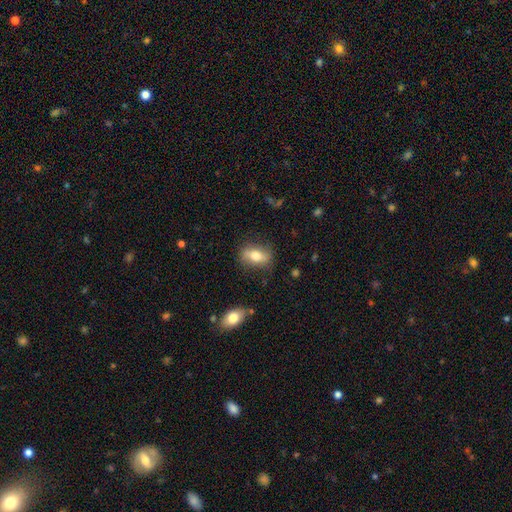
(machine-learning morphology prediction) smooth-or-featured: smooth: 61% | featured or disk: 32% | star or artifact: 8%
  how-rounded: in between: 78% | round: 12% | cigar-shaped: 9%
  merging: none: 78% | minor disturbance: 16% | major disturbance: 5% | merger: 2%